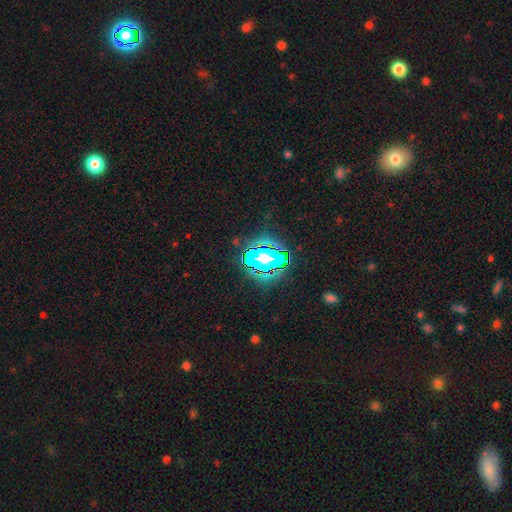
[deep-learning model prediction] A star or artifact, not a galaxy (82%).

Vote fractions:
- Smooth or featured? star or artifact: 82% / smooth: 11% / featured or disk: 7%